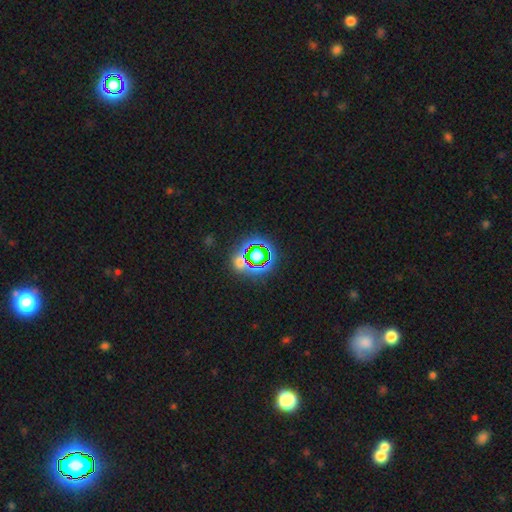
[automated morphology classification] Overall: star or artifact (66%).